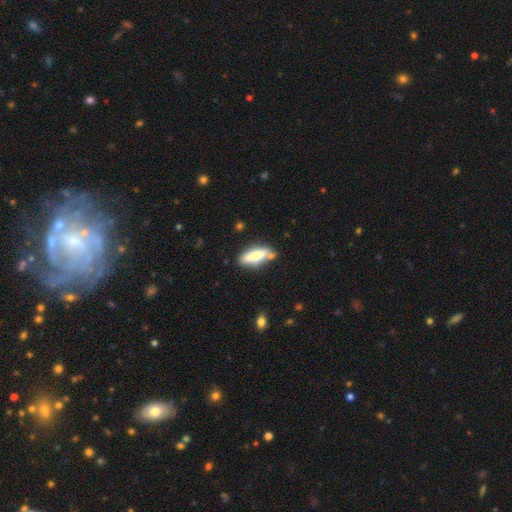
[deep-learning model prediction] A smooth galaxy with no disk features (75%) that is in between round and cigar-shaped (53%). Merging: none (69%).